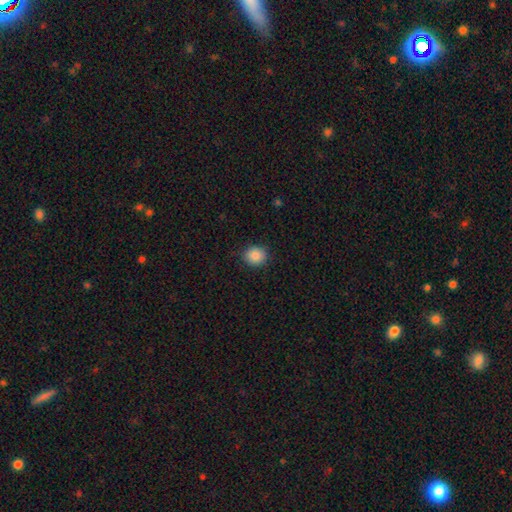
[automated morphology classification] smooth 88%, star or artifact 9%, featured or disk 3%. Down the decision tree: how rounded — round (86%); merging — none (88%).